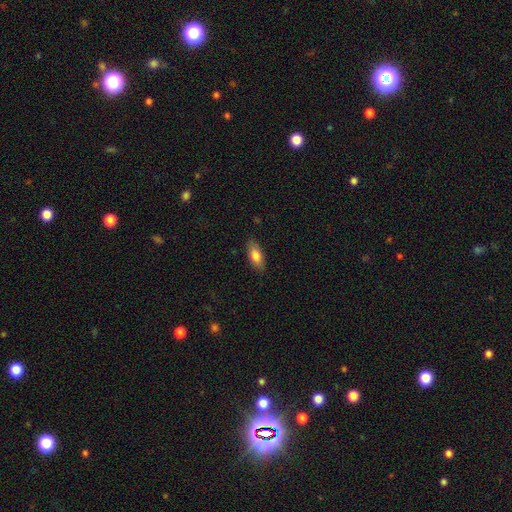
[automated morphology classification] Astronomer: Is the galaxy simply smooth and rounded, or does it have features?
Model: smooth — 79%.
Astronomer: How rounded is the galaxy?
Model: in between — 83%.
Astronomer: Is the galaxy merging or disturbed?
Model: none — 86%.